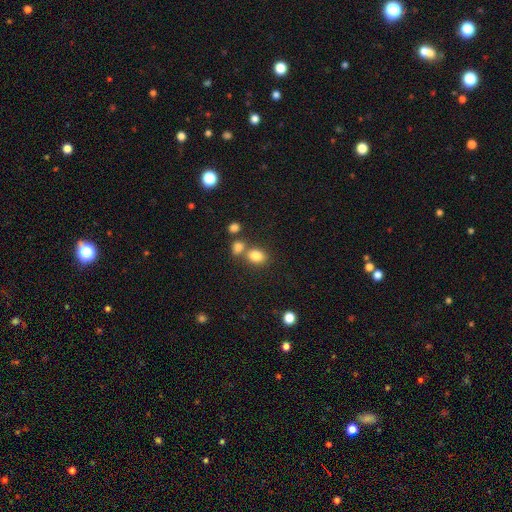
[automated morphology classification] The model was most divided on "how rounded": in between: 59%, round: 40%, cigar-shaped: 1%. More confident: smooth or featured — smooth (82%); merging — none (54%).